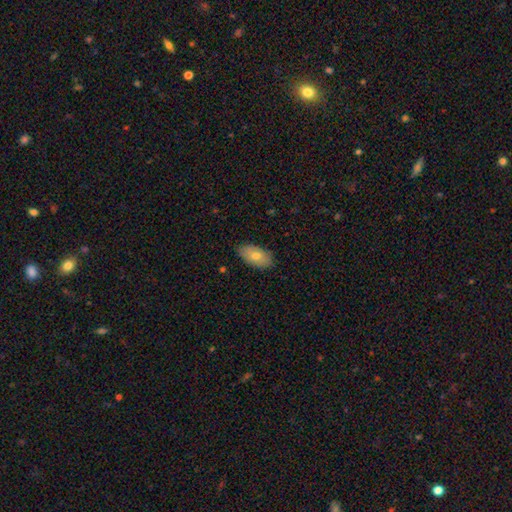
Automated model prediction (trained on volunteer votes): This is likely a smooth galaxy (73%). How rounded: clearly in between (93%). Merging: clearly none (86%).